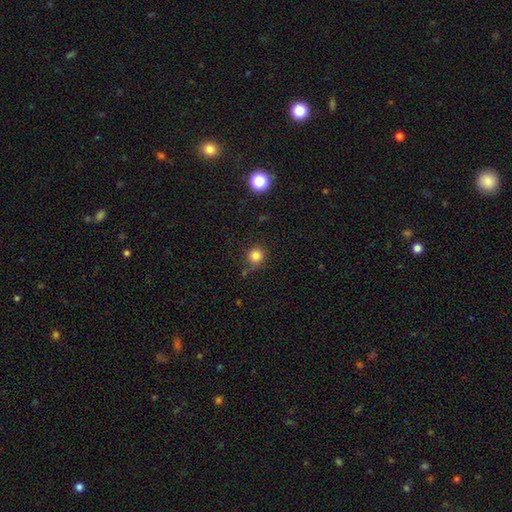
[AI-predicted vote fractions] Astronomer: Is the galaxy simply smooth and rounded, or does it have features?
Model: smooth — 82%.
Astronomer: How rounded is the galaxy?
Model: round — 91%.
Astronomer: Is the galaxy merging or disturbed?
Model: none — 77%.